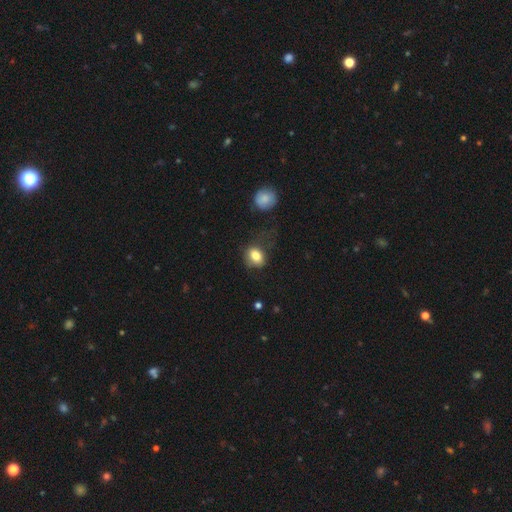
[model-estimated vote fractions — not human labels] This is clearly a smooth galaxy (81%). How rounded: possibly in between (57%). Merging: possibly none (57%).